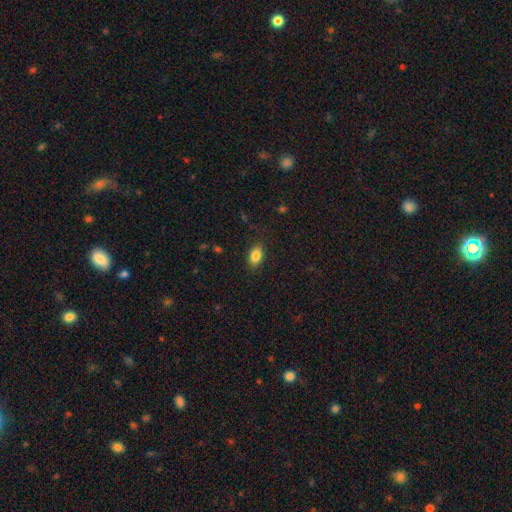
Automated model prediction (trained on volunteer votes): smooth 86%, star or artifact 8%, featured or disk 6%. Down the decision tree: how rounded — in between (89%); merging — none (86%).